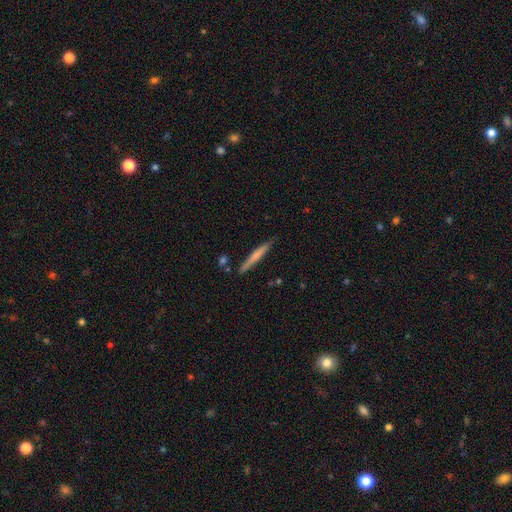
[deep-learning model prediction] Morphology: type=smooth (58%); roundness=cigar-shaped (96%); merging=none (85%).